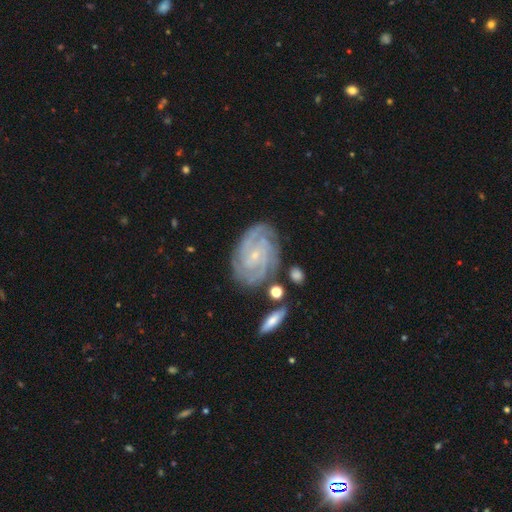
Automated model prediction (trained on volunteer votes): A featured or disk galaxy (87%) with no bar (61%), 3 (25%) tight (74%) spiral arms (97%) and a small central bulge (82%). Merging: none (76%).